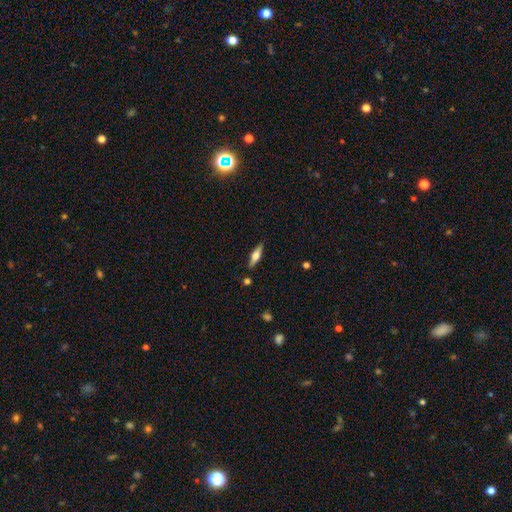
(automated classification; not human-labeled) Morphology: type=featured or disk (56%); edge-on=yes (95%); edge-on bulge=rounded (90%); merging=none (87%).